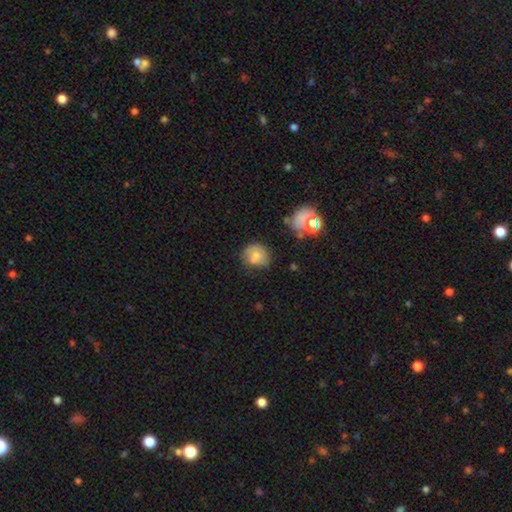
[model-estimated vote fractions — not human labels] Overall: smooth (71%). How rounded: round (75%). Merging: none (58%; minor disturbance 24%).